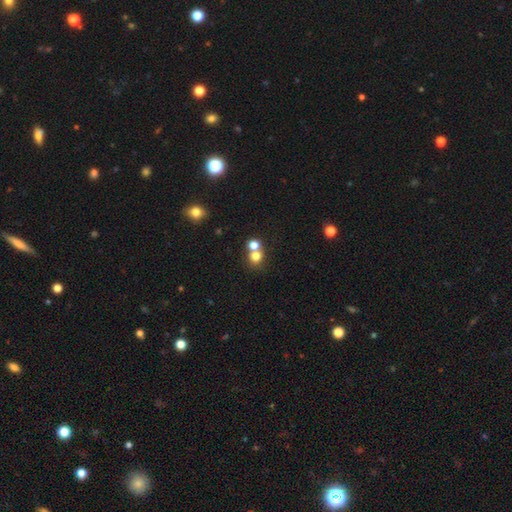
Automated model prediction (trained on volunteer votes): Smooth or featured? Predicted: smooth (p=0.74). How rounded? Predicted: round (p=0.81). Merging? Predicted: none (p=0.47).